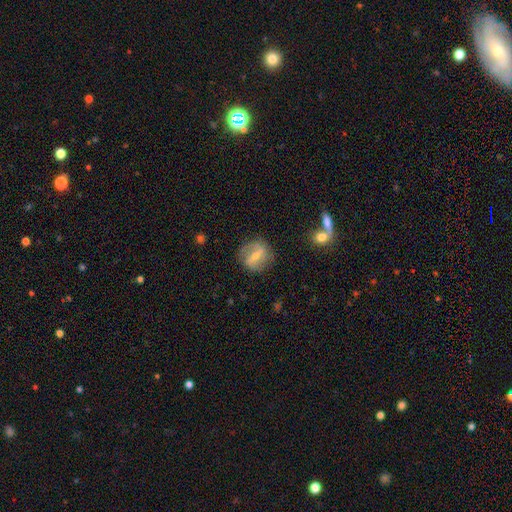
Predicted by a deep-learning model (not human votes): Smooth or featured? Predicted: featured or disk (p=0.60). Edge-on disk? Predicted: no (p=0.94). Bar? Predicted: weak (p=0.43). Spiral arms? Predicted: yes (p=0.69). Bulge size? Predicted: moderate (p=0.51). Merging? Predicted: none (p=0.80).